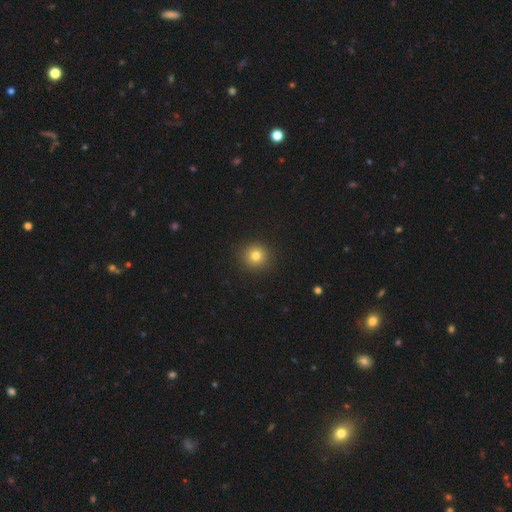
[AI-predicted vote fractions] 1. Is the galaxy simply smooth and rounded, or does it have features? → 80% smooth, 13% star or artifact, 7% featured or disk.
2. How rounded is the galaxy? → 93% round, 6% in between, 1% cigar-shaped.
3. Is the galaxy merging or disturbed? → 91% none, 5% minor disturbance, 2% major disturbance, 1% merger.